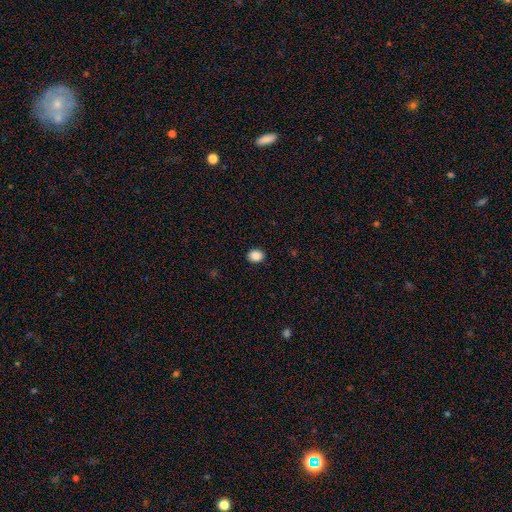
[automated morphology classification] type=smooth (88%); roundness=round (54%); merging=none (90%).